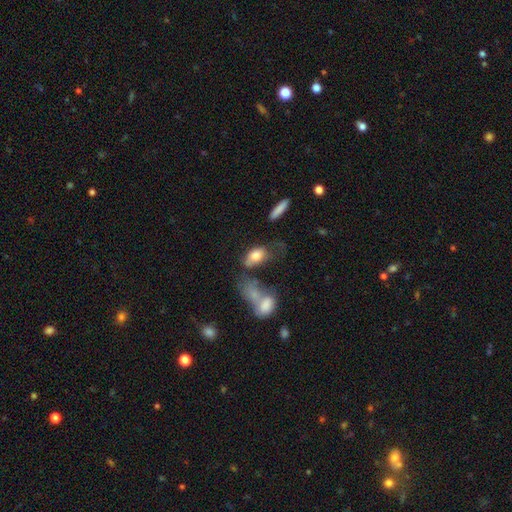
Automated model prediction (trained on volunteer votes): Smooth or featured?
  - smooth: 76% *
  - featured or disk: 16%
  - star or artifact: 8%
How rounded?
  - in between: 90% *
  - round: 6%
  - cigar-shaped: 4%
Merging?
  - none: 34% *
  - merger: 23%
  - minor disturbance: 22%
  - major disturbance: 20%